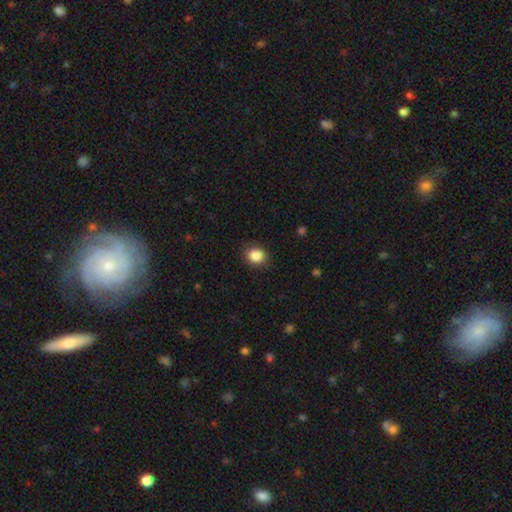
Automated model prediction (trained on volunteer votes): This appears to be a smooth galaxy with no disk features (87%) that is round (68%). Merging: none (87%).